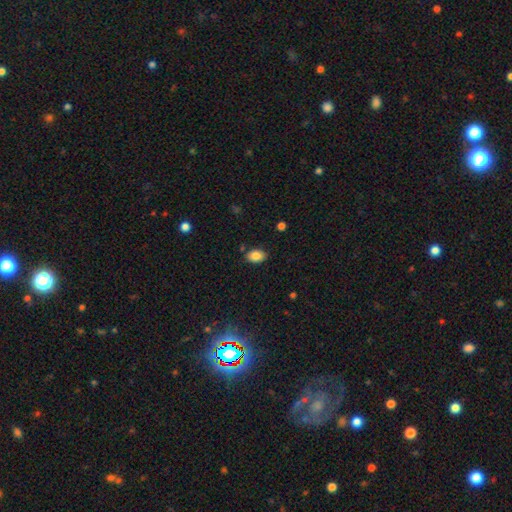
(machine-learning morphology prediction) The model was most divided on "merging": none: 83%, minor disturbance: 12%, major disturbance: 3%, merger: 2%. More confident: smooth or featured — smooth (86%); how rounded — in between (85%).